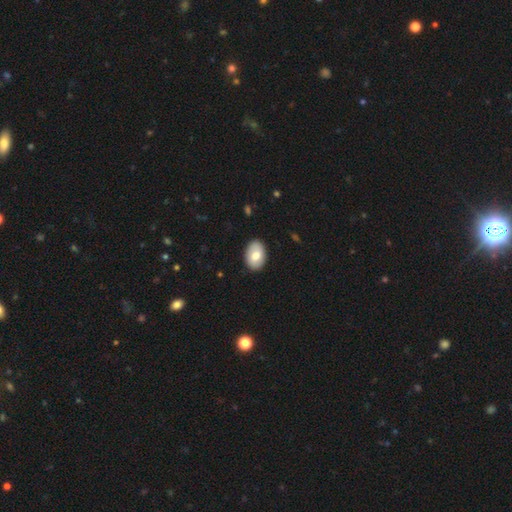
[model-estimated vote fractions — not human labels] Smooth or featured: smooth — 75% (featured or disk — 19%)
How rounded: in between — 86% (round — 13%)
Merging: none — 89% (minor disturbance — 8%)